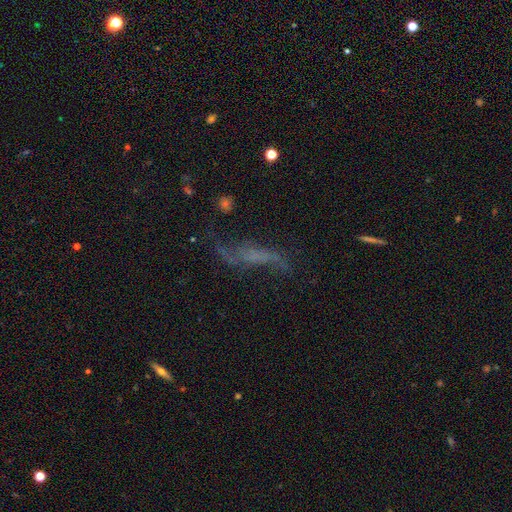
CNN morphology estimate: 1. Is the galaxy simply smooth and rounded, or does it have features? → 60% featured or disk, 22% smooth, 18% star or artifact.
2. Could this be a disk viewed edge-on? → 77% no, 23% yes.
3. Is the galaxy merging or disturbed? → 52% none, 23% major disturbance, 20% minor disturbance, 5% merger.